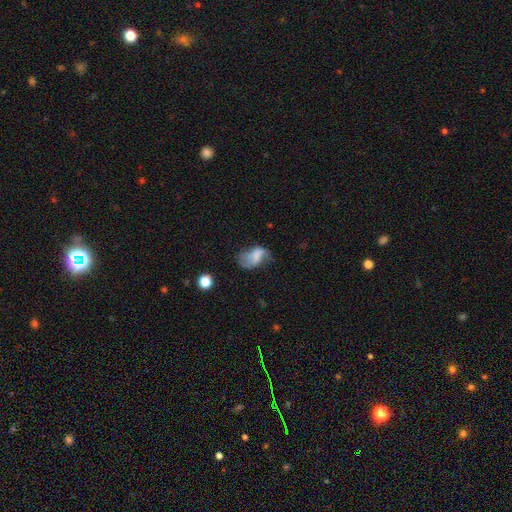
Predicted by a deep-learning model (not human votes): Morphology: type=smooth (53%); roundness=in between (87%); merging=none (38%).